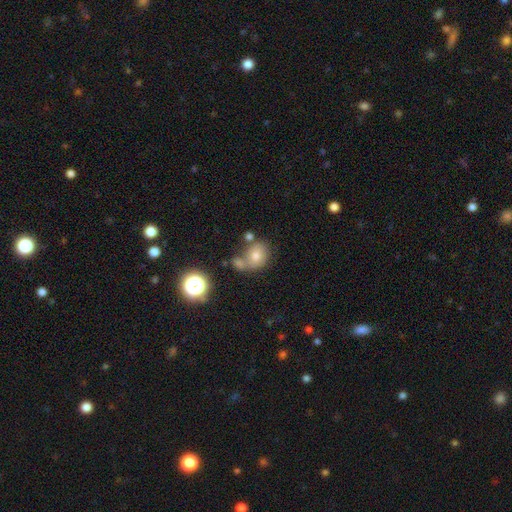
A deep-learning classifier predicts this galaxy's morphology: The model was most divided on "merging": none: 47%, merger: 33%, minor disturbance: 14%, major disturbance: 6%. More confident: smooth or featured — smooth (69%); how rounded — round (57%).